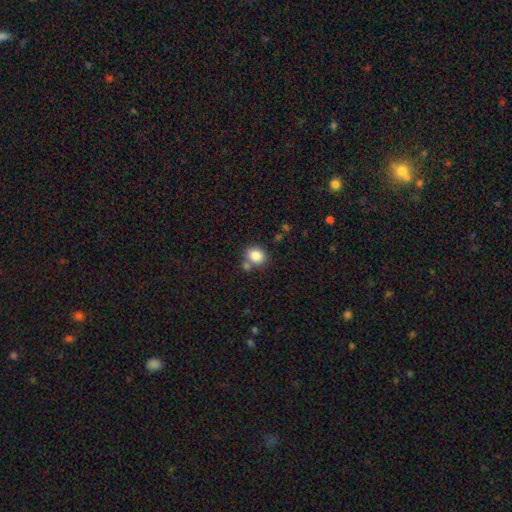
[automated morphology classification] A smooth galaxy with no disk features (85%) that is round (58%).

Vote fractions:
- Smooth or featured? smooth: 85% / star or artifact: 9% / featured or disk: 6%
- How rounded? round: 58% / in between: 41% / cigar-shaped: 1%
- Merging? none: 66% / merger: 19% / minor disturbance: 12% / major disturbance: 4%